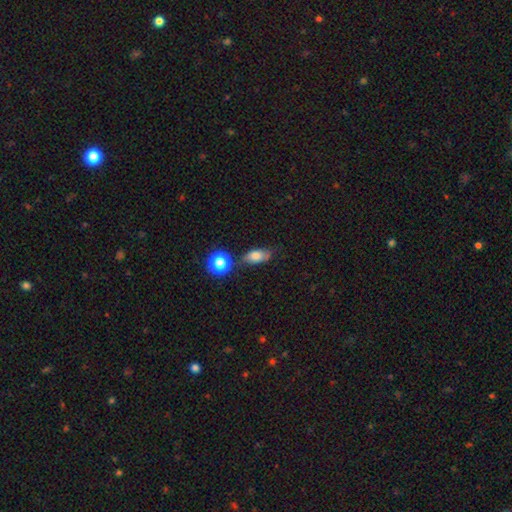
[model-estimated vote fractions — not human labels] Smooth or featured?
  - smooth: 74% *
  - featured or disk: 14%
  - star or artifact: 12%
How rounded?
  - in between: 78% *
  - round: 13%
  - cigar-shaped: 9%
Merging?
  - none: 61% *
  - minor disturbance: 23%
  - merger: 9%
  - major disturbance: 7%